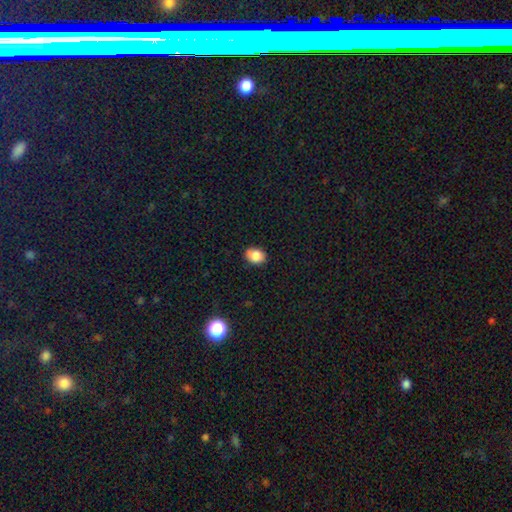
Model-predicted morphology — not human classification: Q: Smooth or featured?
A: smooth (85%); runner-up: star or artifact (9%)
Q: How rounded?
A: in between (66%); runner-up: round (33%)
Q: Merging?
A: none (83%); runner-up: minor disturbance (13%)